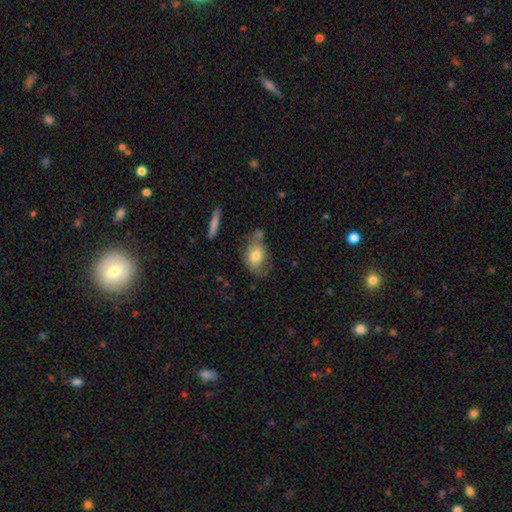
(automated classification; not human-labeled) The model was most divided on "merging": none: 48%, minor disturbance: 28%, merger: 13%, major disturbance: 12%. More confident: how rounded — in between (83%); smooth or featured — smooth (71%).